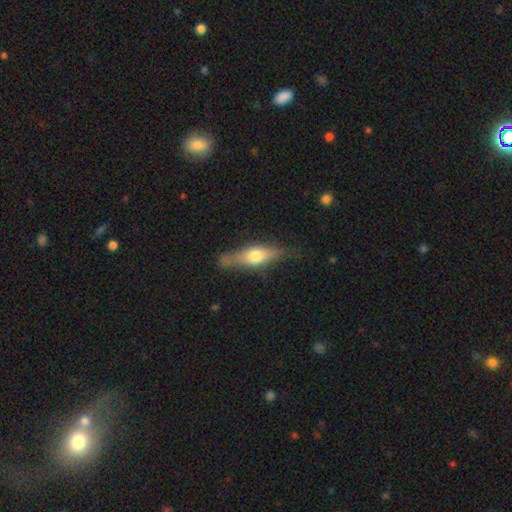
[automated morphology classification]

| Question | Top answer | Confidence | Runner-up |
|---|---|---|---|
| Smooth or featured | smooth | 53% | featured or disk (41%) |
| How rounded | cigar-shaped | 51% | in between (45%) |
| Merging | none | 69% | minor disturbance (22%) |